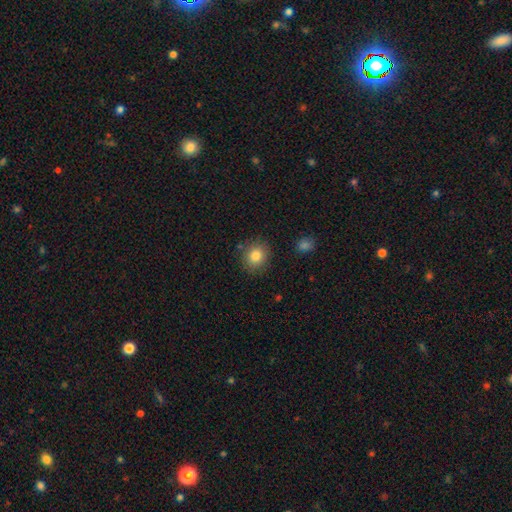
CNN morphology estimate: Smooth or featured?
  - smooth: 84% *
  - star or artifact: 10%
  - featured or disk: 7%
How rounded?
  - round: 80% *
  - in between: 20%
  - cigar-shaped: 1%
Merging?
  - none: 85% *
  - minor disturbance: 9%
  - major disturbance: 3%
  - merger: 3%